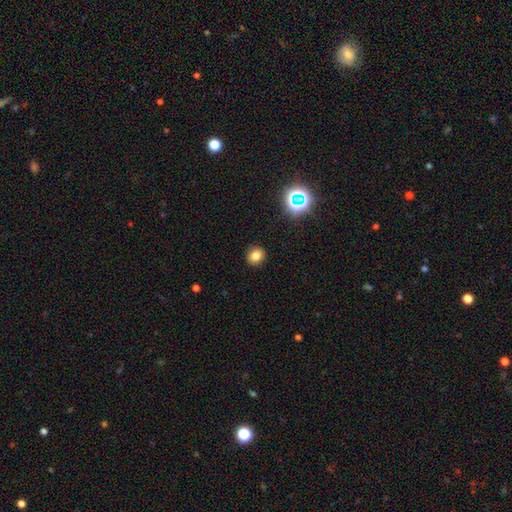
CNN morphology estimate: Smooth or featured? Predicted: smooth (p=0.78). How rounded? Predicted: round (p=0.85). Merging? Predicted: none (p=0.91).